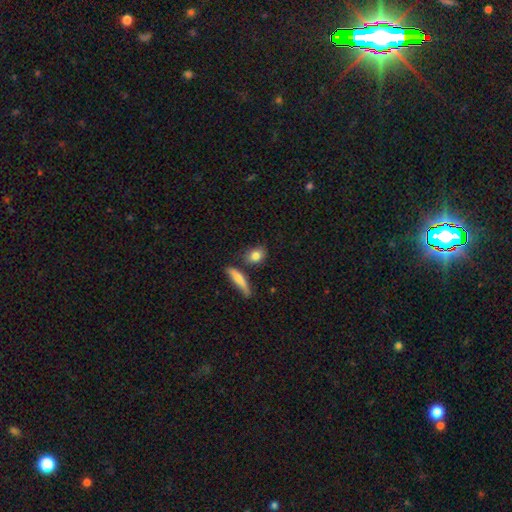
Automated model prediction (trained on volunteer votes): smooth-or-featured: smooth: 83% | featured or disk: 10% | star or artifact: 7%
  how-rounded: in between: 52% | round: 37% | cigar-shaped: 10%
  merging: none: 70% | minor disturbance: 15% | merger: 11% | major disturbance: 4%